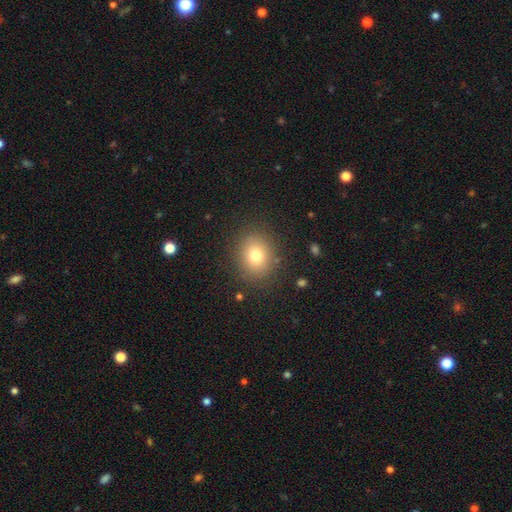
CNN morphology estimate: smooth-or-featured: smooth: 76% | star or artifact: 13% | featured or disk: 11%
  how-rounded: round: 66% | in between: 33% | cigar-shaped: 1%
  merging: none: 86% | minor disturbance: 9% | major disturbance: 4% | merger: 1%